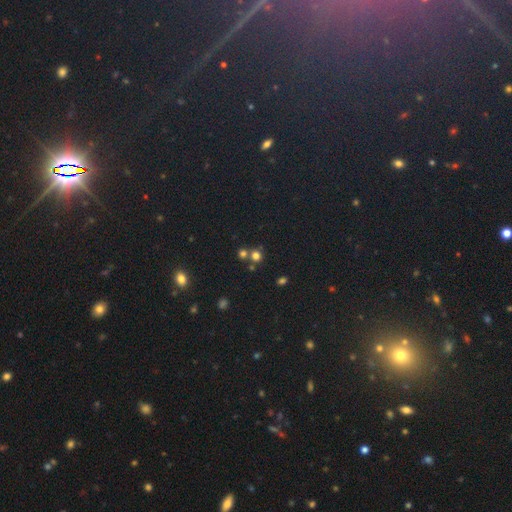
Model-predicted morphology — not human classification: This appears to be a smooth galaxy with no disk features (67%) that is round (89%). Merging: none (61%).